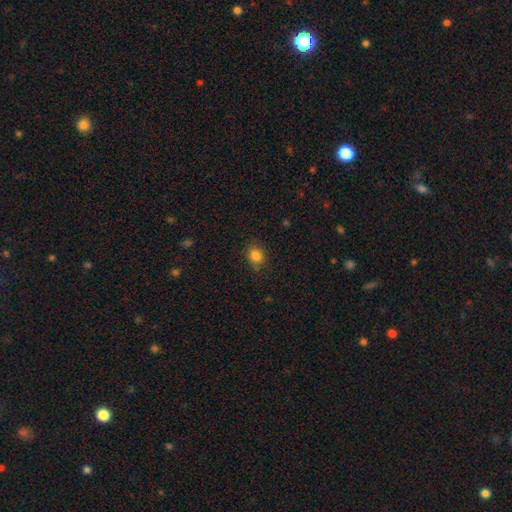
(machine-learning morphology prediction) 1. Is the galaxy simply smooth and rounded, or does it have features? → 84% smooth, 11% star or artifact, 5% featured or disk.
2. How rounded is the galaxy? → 62% round, 37% in between, 1% cigar-shaped.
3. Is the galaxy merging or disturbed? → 81% none, 14% minor disturbance, 4% major disturbance, 1% merger.